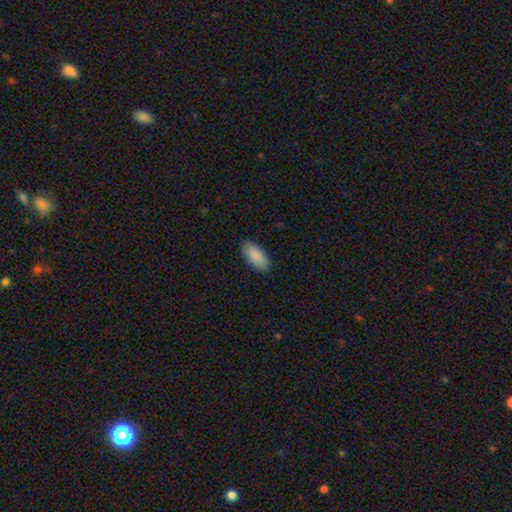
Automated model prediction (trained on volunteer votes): smooth-or-featured: smooth: 90% | star or artifact: 6% | featured or disk: 4%
  how-rounded: in between: 91% | cigar-shaped: 7% | round: 2%
  merging: none: 88% | minor disturbance: 9% | major disturbance: 2% | merger: 1%